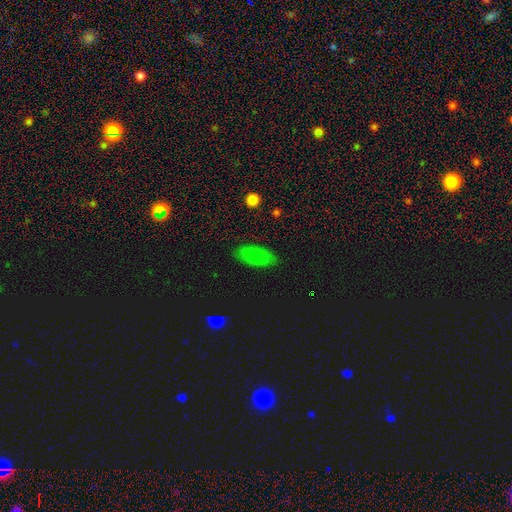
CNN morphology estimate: Smooth or featured: smooth — 75% (star or artifact — 13%)
How rounded: in between — 88% (cigar-shaped — 8%)
Merging: none — 85% (minor disturbance — 11%)